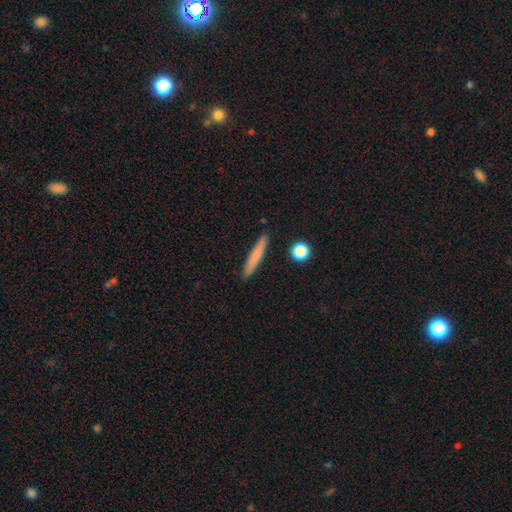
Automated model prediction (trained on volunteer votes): Overall: smooth (71%). How rounded: cigar-shaped (94%). Merging: none (90%).